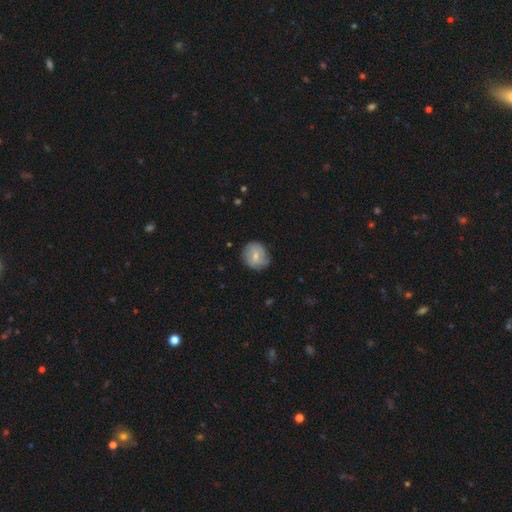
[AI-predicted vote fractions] Morphology: type=smooth (49%); merging=none (70%).